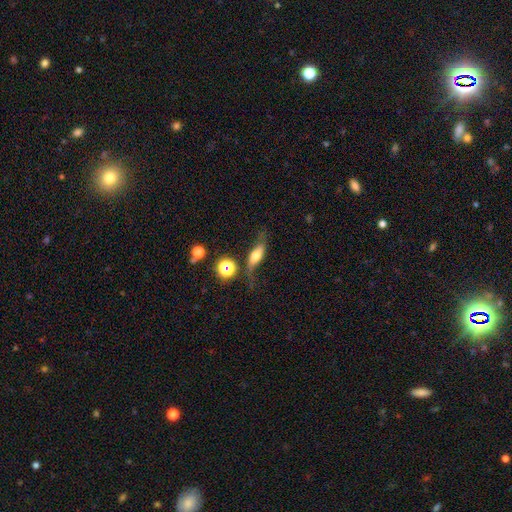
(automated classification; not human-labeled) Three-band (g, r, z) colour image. It shows a featured or disk galaxy (45%). Merging: none (52%).